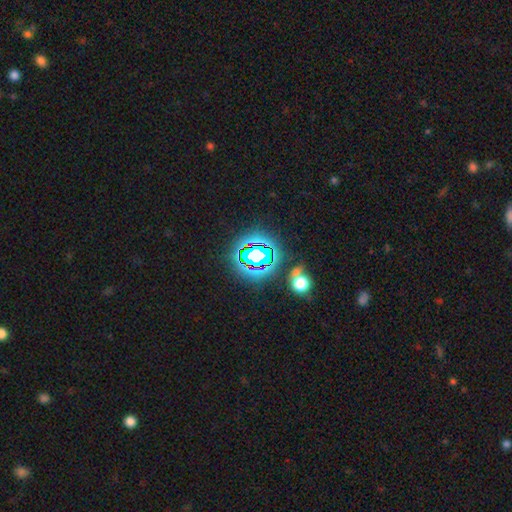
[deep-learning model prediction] smooth-or-featured: star or artifact: 68% | smooth: 19% | featured or disk: 13%